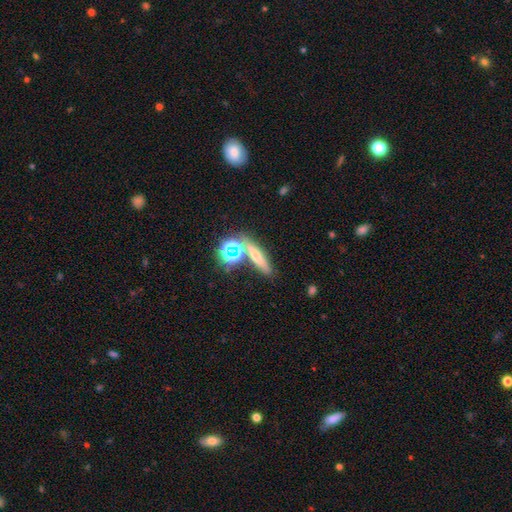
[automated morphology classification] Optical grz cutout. It shows a smooth galaxy with no disk features (56%) that is cigar-shaped (57%). Merging: none (69%).